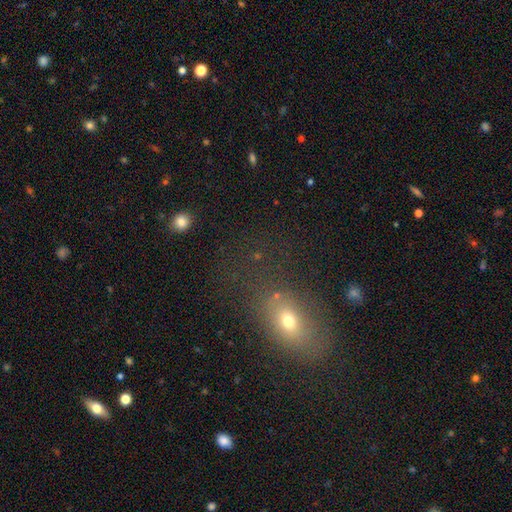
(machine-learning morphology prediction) smooth_or_featured: smooth (p=0.57) [alt: star or artifact p=0.26]
how_rounded: in between (p=0.68) [alt: round p=0.27]
merging: none (p=0.58) [alt: minor disturbance p=0.19]